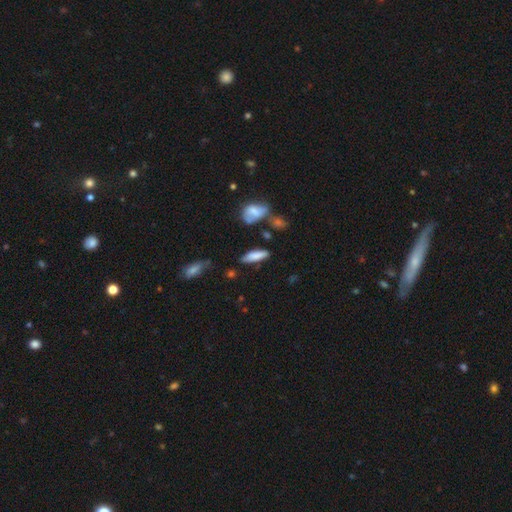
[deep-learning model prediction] smooth 80%, featured or disk 13%, star or artifact 7%. Down the decision tree: how rounded — cigar-shaped (55%); merging — none (75%).